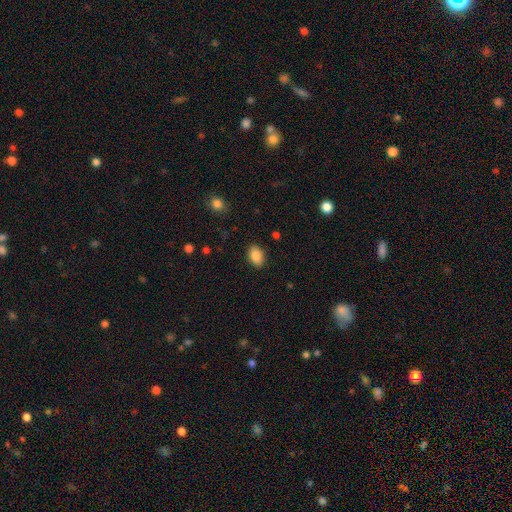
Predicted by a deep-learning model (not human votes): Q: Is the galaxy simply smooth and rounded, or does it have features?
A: smooth — 88%.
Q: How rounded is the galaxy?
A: in between — 88%.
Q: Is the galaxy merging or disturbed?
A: none — 87%.